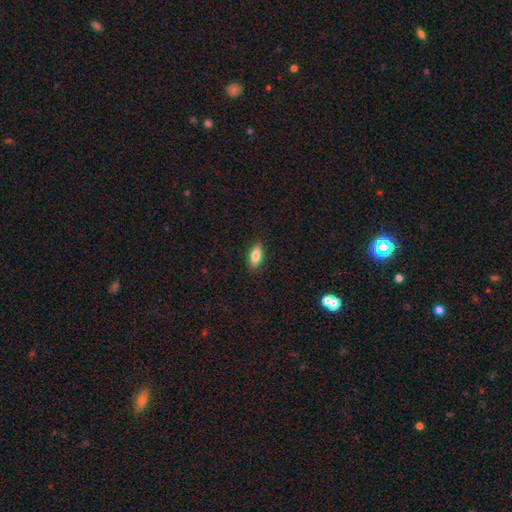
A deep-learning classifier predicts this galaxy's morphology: Q: Smooth or featured?
A: smooth (78%); runner-up: featured or disk (14%)
Q: How rounded?
A: in between (82%); runner-up: cigar-shaped (15%)
Q: Merging?
A: none (88%); runner-up: minor disturbance (9%)